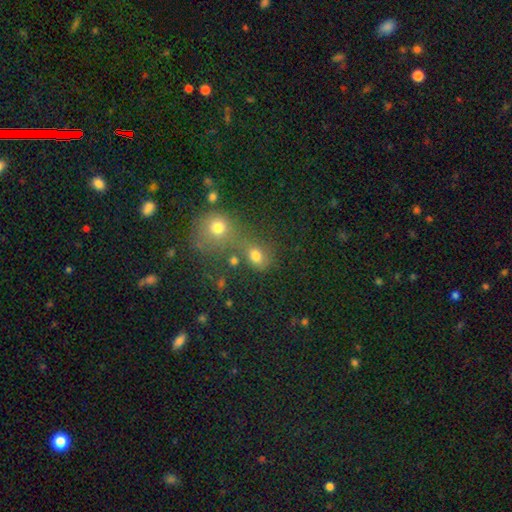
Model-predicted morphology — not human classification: Overall: smooth (73%). How rounded: round (59%; in between 39%). Merging: none (43%; merger 40%).